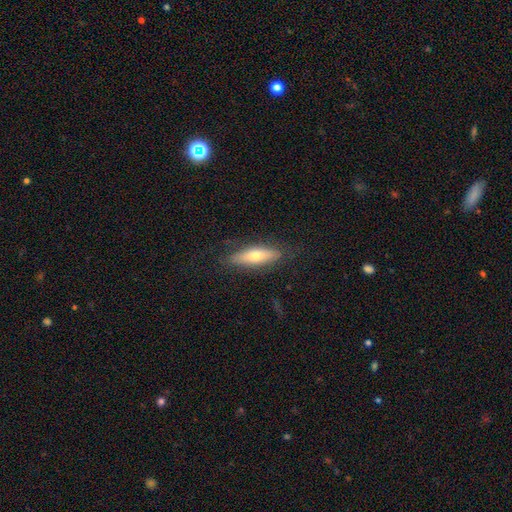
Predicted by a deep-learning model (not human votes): A smooth galaxy with no disk features (54%) that is cigar-shaped (57%). Merging: none (82%).